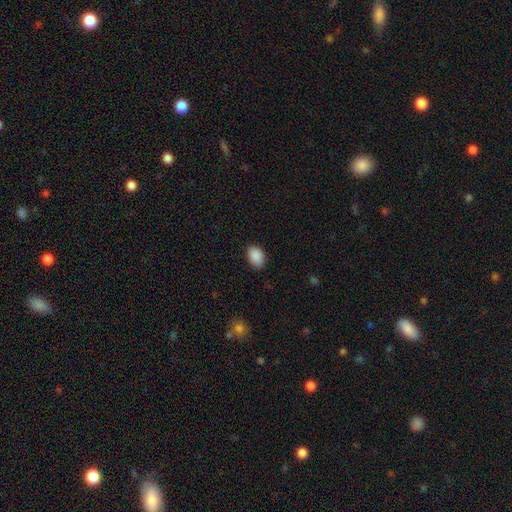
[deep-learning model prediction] smooth 90%, star or artifact 7%, featured or disk 3%. Down the decision tree: how rounded — in between (83%); merging — none (85%).